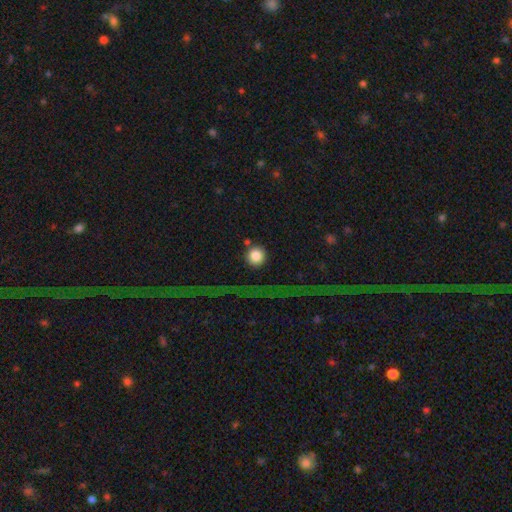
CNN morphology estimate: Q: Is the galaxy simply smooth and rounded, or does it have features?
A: smooth — 80%.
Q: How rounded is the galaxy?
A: round — 95%.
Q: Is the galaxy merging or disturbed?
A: none — 79%.